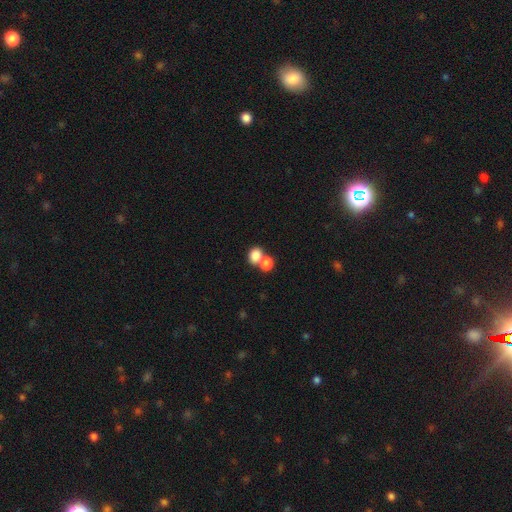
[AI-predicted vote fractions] Overall: smooth (81%). How rounded: round (51%; in between 48%). Merging: merger (52%; none 37%).